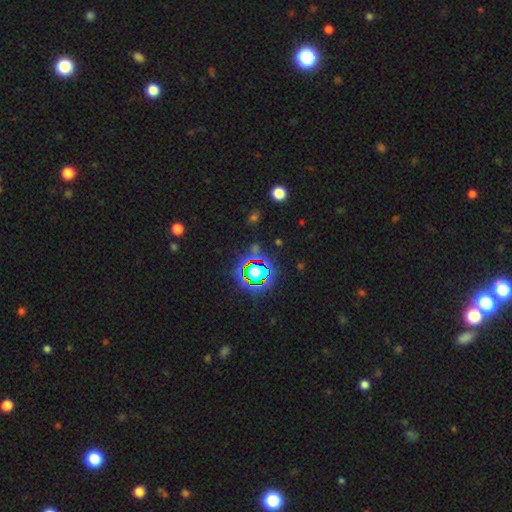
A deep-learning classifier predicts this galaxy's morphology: type=star or artifact (74%).